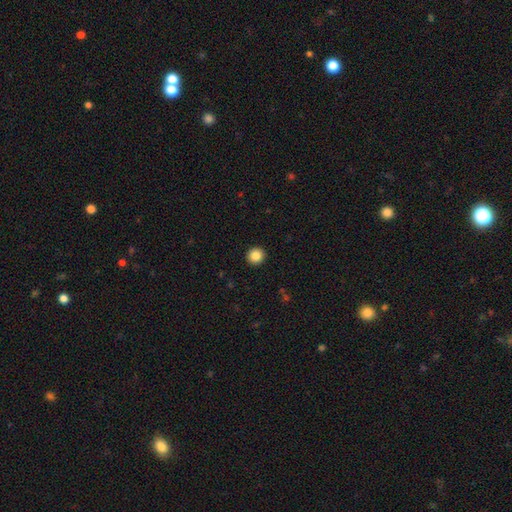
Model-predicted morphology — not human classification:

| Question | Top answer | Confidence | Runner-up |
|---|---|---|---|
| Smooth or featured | smooth | 86% | star or artifact (10%) |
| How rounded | round | 94% | in between (5%) |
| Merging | none | 94% | minor disturbance (4%) |